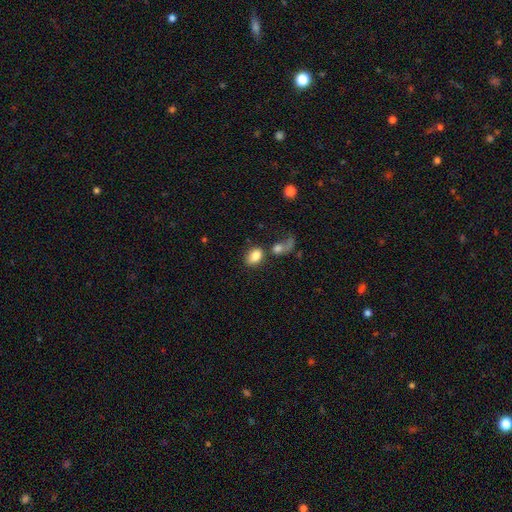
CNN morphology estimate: smooth_or_featured: smooth (p=0.80) [alt: featured or disk p=0.11]
how_rounded: in between (p=0.77) [alt: round p=0.22]
merging: none (p=0.47) [alt: merger p=0.28]